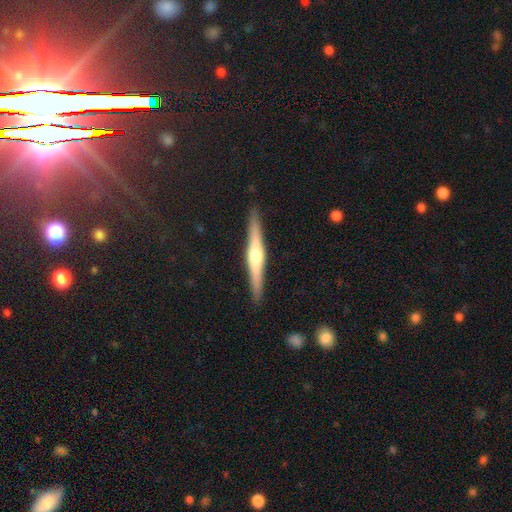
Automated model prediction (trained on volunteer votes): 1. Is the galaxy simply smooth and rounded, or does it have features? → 68% featured or disk, 26% smooth, 6% star or artifact.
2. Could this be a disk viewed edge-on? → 97% yes, 3% no.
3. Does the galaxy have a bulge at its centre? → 85% rounded, 8% boxy, 7% none.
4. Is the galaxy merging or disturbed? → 91% none, 7% minor disturbance, 1% major disturbance, 1% merger.